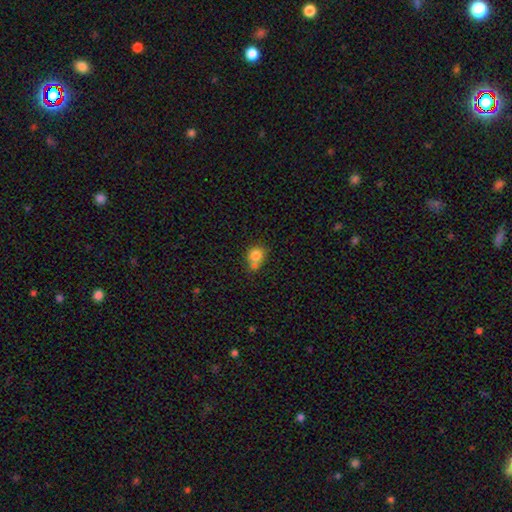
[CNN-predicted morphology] This appears to be a smooth galaxy with no disk features (80%) that is round (74%). Merging: none (41%).